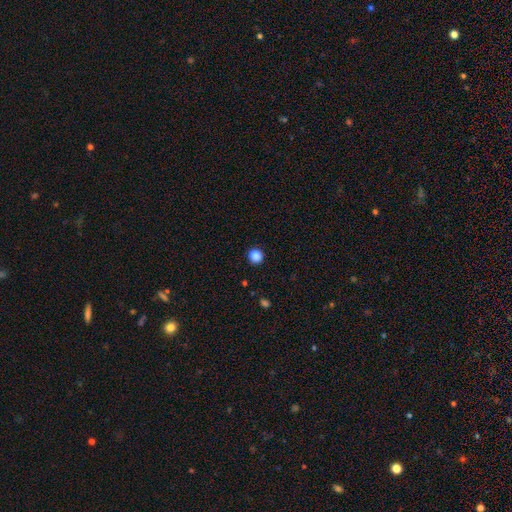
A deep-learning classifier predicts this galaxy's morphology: A smooth galaxy with no disk features (87%) that is round (95%). Merging: none (93%).